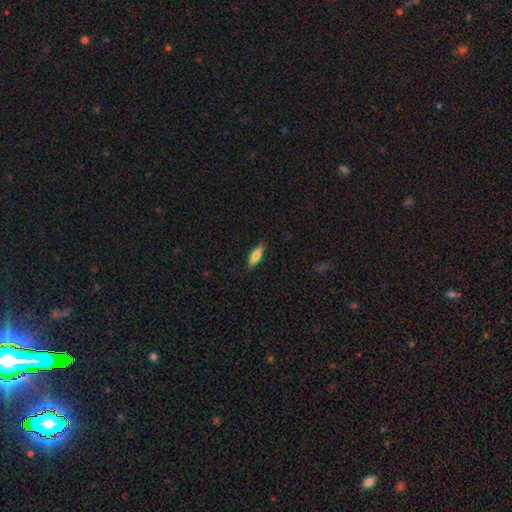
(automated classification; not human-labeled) smooth-or-featured: smooth: 75% | featured or disk: 18% | star or artifact: 6%
  how-rounded: in between: 52% | cigar-shaped: 46% | round: 2%
  merging: none: 83% | minor disturbance: 13% | major disturbance: 3% | merger: 1%